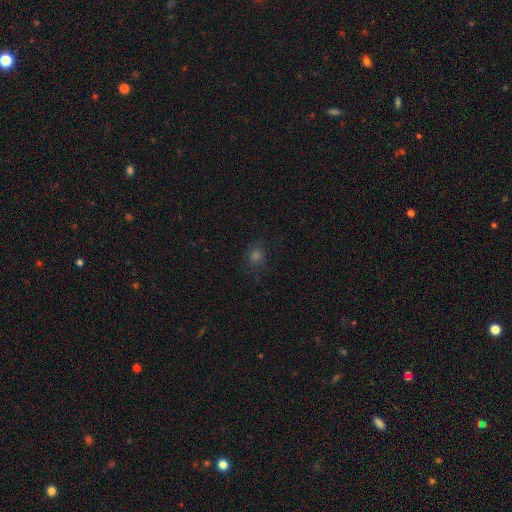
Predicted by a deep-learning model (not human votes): Smooth or featured? Predicted: smooth (p=0.63). How rounded? Predicted: round (p=0.77). Merging? Predicted: none (p=0.82).